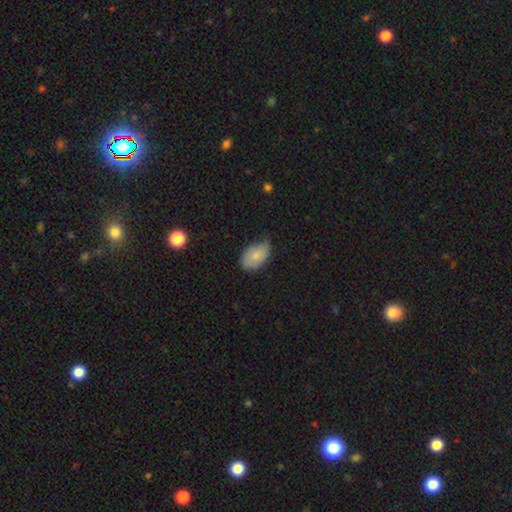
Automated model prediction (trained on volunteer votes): Morphology: type=smooth (76%); roundness=in between (91%); merging=none (57%).